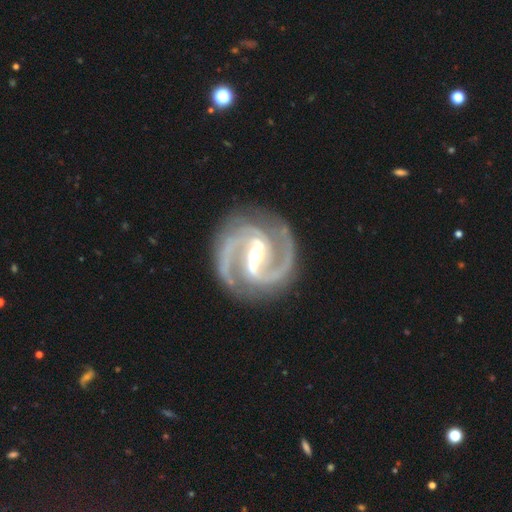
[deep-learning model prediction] Smooth or featured? featured or disk (94%)
Edge-on disk? no (98%)
Bar? strong (63%)
Spiral arms? yes (99%)
Spiral winding? medium (59%)
Spiral arm count? 2 (80%)
Bulge size? small (52%)
Merging? none (81%)